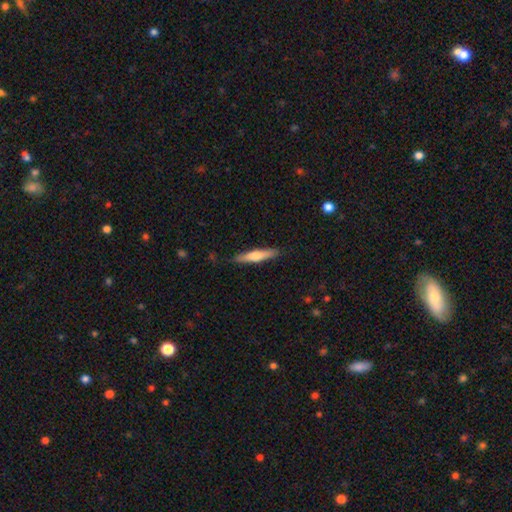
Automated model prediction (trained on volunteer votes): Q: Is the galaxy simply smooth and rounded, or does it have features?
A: smooth — 59%.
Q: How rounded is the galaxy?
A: cigar-shaped — 87%.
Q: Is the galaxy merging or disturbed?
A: none — 86%.